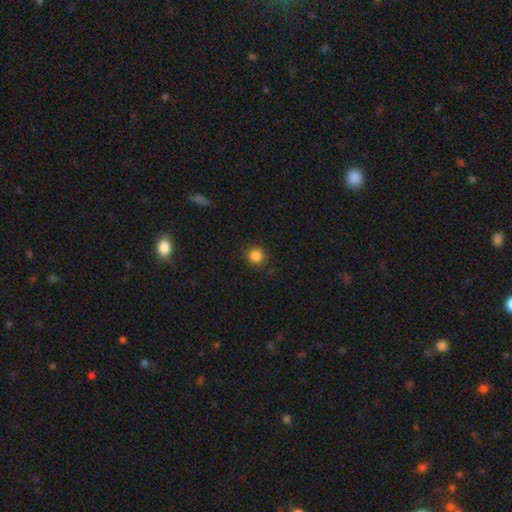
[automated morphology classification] Smooth or featured? Predicted: smooth (p=0.85). How rounded? Predicted: round (p=0.94). Merging? Predicted: none (p=0.91).